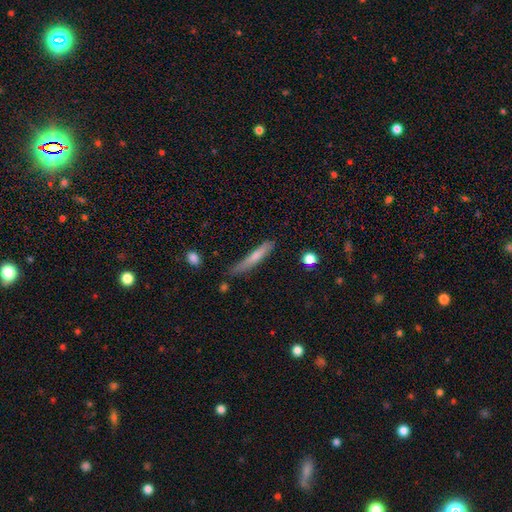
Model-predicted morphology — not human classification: Overall: smooth (60%; featured or disk 32%). How rounded: cigar-shaped (93%). Merging: none (70%).